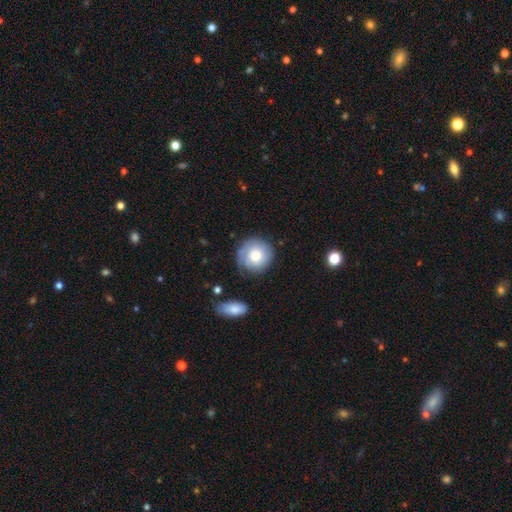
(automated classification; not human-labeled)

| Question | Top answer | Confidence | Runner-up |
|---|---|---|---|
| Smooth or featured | smooth | 60% | featured or disk (32%) |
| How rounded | round | 91% | in between (8%) |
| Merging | none | 74% | minor disturbance (17%) |